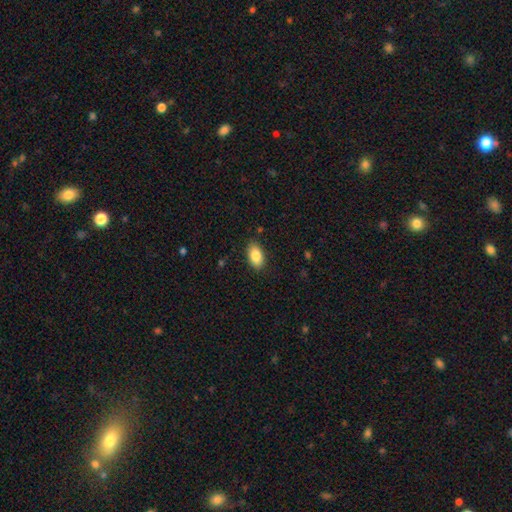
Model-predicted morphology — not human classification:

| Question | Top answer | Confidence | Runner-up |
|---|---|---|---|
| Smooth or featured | smooth | 86% | star or artifact (7%) |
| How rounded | in between | 92% | round (6%) |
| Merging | none | 86% | minor disturbance (11%) |